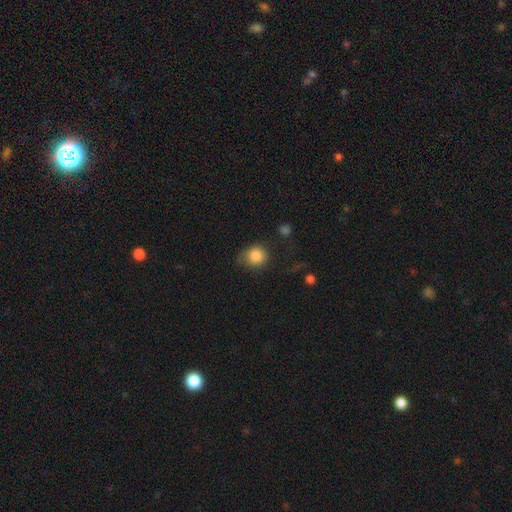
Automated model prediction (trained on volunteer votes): This appears to be a smooth galaxy with no disk features (85%) that is round (81%). Merging: none (63%).